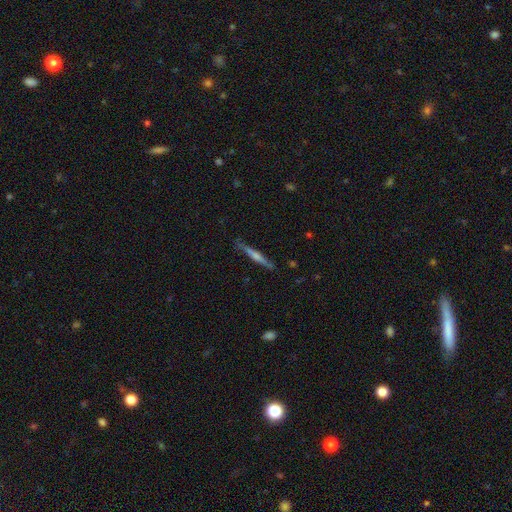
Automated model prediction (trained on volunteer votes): This is likely a featured or disk galaxy (70%). It is clearly viewed edge-on (98%). Edge-on bulge: likely rounded (71%). Merging: clearly none (87%).